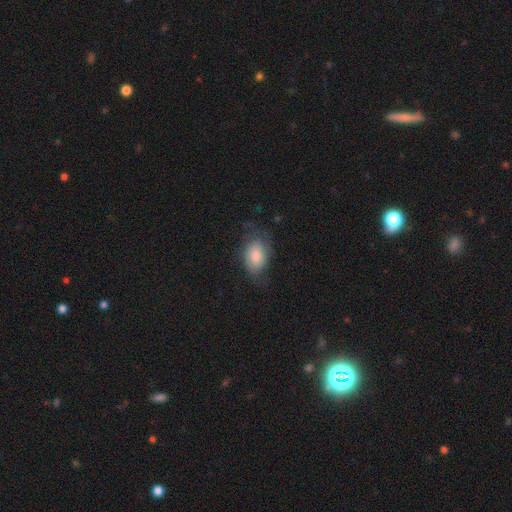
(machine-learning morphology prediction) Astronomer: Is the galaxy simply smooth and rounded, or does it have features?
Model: smooth — 65%.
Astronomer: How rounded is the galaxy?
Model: in between — 88%.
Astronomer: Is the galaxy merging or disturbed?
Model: none — 55%.